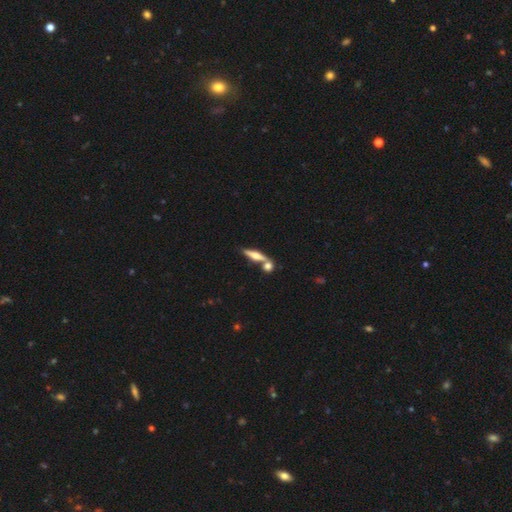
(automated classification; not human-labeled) smooth_or_featured: featured or disk (p=0.52) [alt: smooth p=0.41]
disk_edge_on: yes (p=0.93) [alt: no p=0.07]
merging: none (p=0.60) [alt: merger p=0.28]